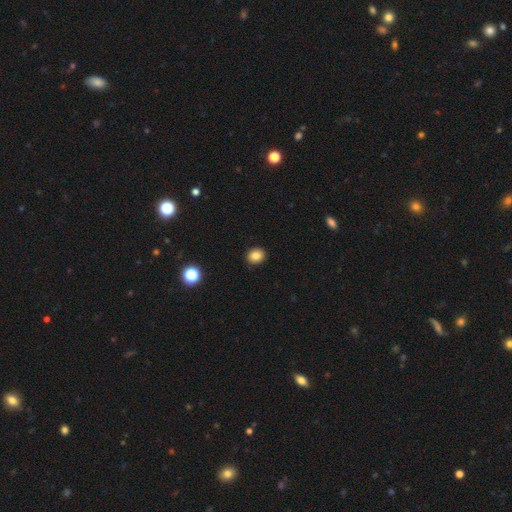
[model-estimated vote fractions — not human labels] smooth-or-featured: smooth: 84% | star or artifact: 11% | featured or disk: 5%
  how-rounded: round: 66% | in between: 33% | cigar-shaped: 1%
  merging: none: 91% | minor disturbance: 6% | major disturbance: 2% | merger: 1%